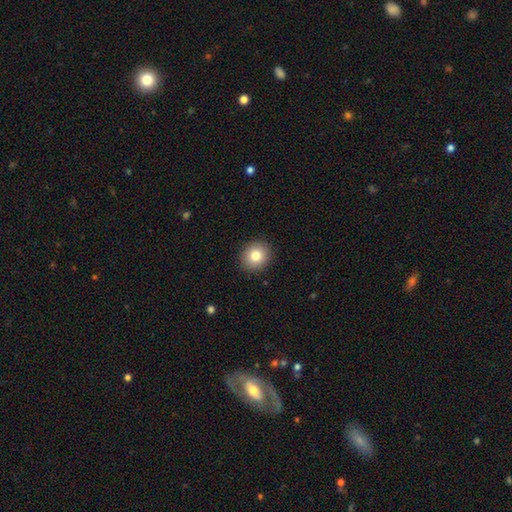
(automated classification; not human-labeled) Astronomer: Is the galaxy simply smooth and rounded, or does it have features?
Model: smooth — 82%.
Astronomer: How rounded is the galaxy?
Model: round — 86%.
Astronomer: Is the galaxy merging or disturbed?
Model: none — 91%.